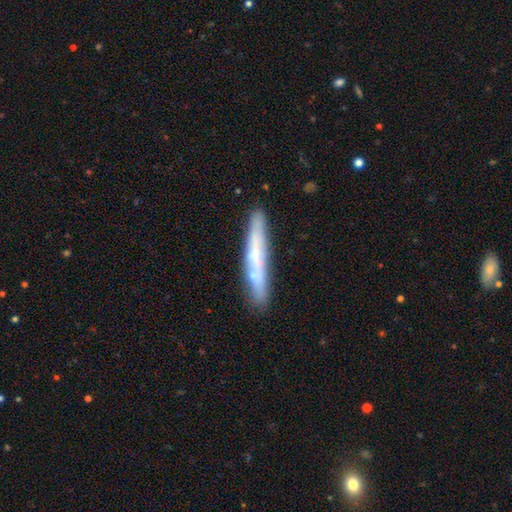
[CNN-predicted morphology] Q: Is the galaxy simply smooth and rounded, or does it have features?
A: smooth — 49%.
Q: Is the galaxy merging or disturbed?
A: none — 82%.